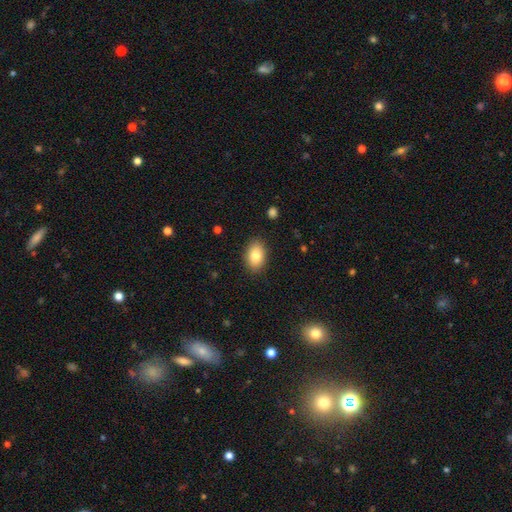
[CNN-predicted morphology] Smooth or featured? smooth (83%)
How rounded? in between (88%)
Merging? none (88%)